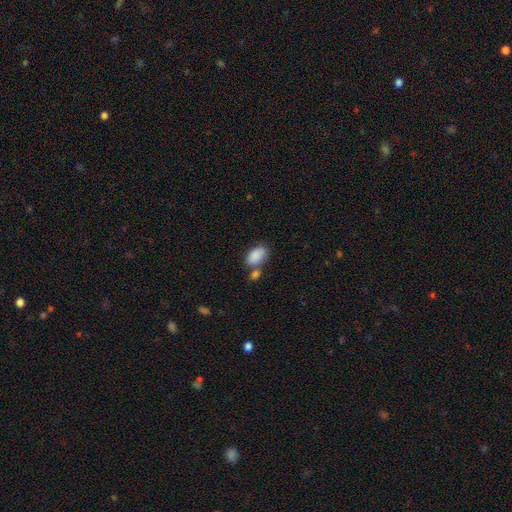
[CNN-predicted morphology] Smooth or featured: smooth — 87% (star or artifact — 7%)
How rounded: in between — 92% (round — 6%)
Merging: none — 50% (merger — 27%)